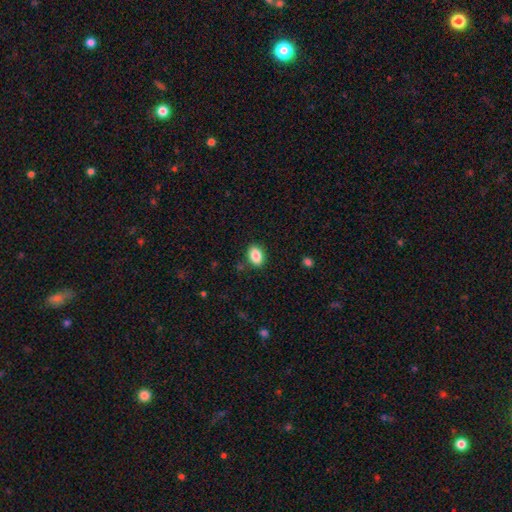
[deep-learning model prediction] Q: Smooth or featured?
A: smooth (87%); runner-up: star or artifact (8%)
Q: How rounded?
A: in between (83%); runner-up: round (15%)
Q: Merging?
A: none (87%); runner-up: minor disturbance (9%)